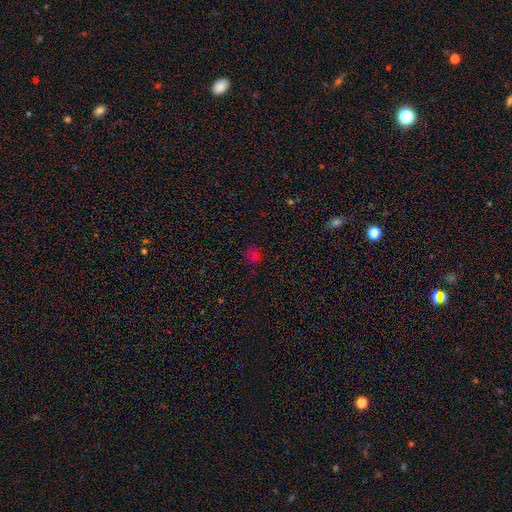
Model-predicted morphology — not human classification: Q: Smooth or featured?
A: smooth (57%); runner-up: star or artifact (37%)
Q: How rounded?
A: round (70%); runner-up: in between (29%)
Q: Merging?
A: none (79%); runner-up: minor disturbance (13%)